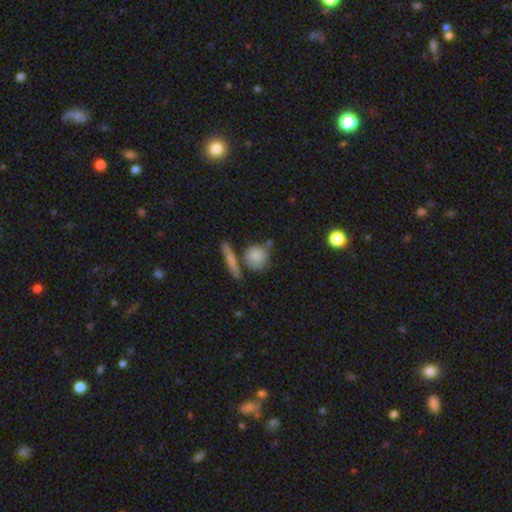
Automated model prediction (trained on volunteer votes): Smooth or featured?
  - smooth: 75% *
  - featured or disk: 15%
  - star or artifact: 11%
How rounded?
  - round: 78% *
  - in between: 17%
  - cigar-shaped: 5%
Merging?
  - none: 66% *
  - merger: 17%
  - minor disturbance: 13%
  - major disturbance: 5%